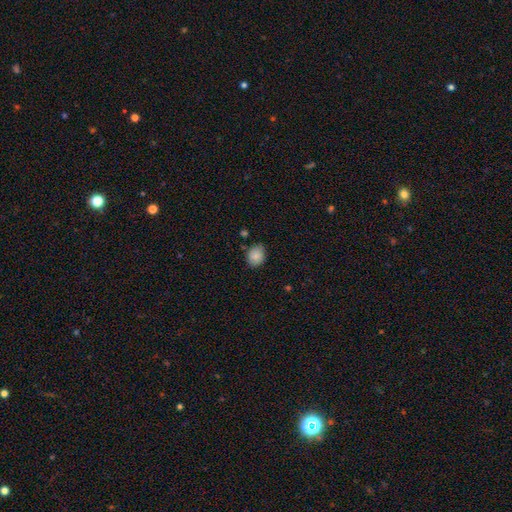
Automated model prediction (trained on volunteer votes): Smooth or featured? smooth (82%)
How rounded? round (56%)
Merging? none (74%)